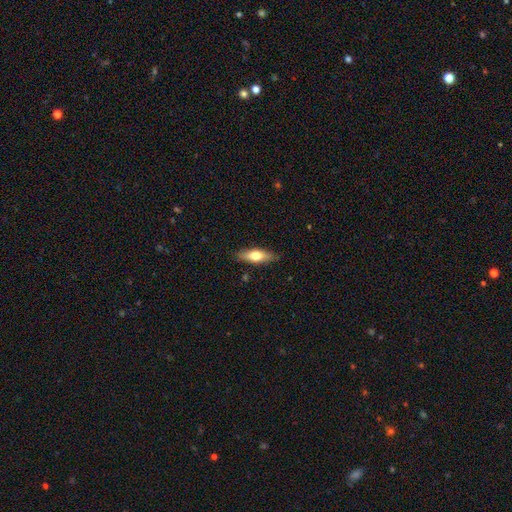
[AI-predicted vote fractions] A smooth galaxy with no disk features (61%) that is in between round and cigar-shaped (56%).

Vote fractions:
- Smooth or featured? smooth: 61% / featured or disk: 33% / star or artifact: 6%
- How rounded? in between: 56% / cigar-shaped: 41% / round: 3%
- Merging? none: 86% / minor disturbance: 10% / major disturbance: 2% / merger: 1%